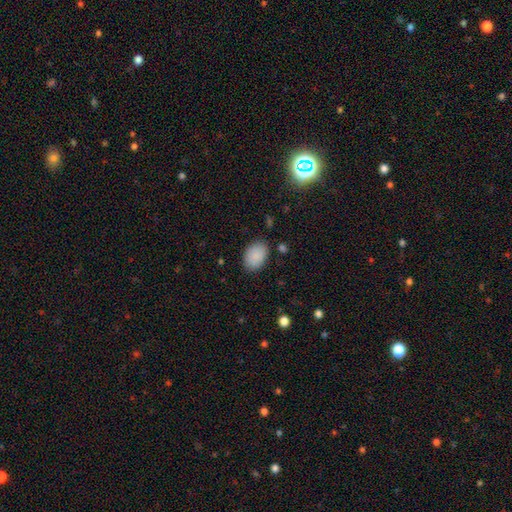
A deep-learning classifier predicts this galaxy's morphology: This appears to be a smooth galaxy with no disk features (89%) that is in between round and cigar-shaped (85%). Merging: none (84%).